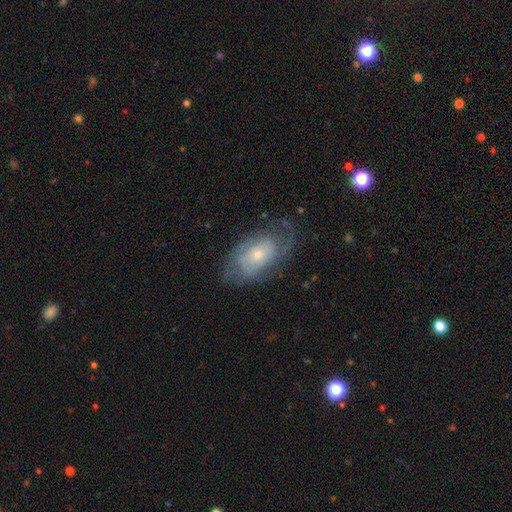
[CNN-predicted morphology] The model was most divided on "spiral winding": tight: 42%, medium: 39%, loose: 19%. Remaining: edge-on disk — no (94%); spiral arms — yes (80%); bar — no (76%); smooth or featured — featured or disk (68%); merging — none (59%); bulge size — small (50%); spiral arm count — can't tell (44%).